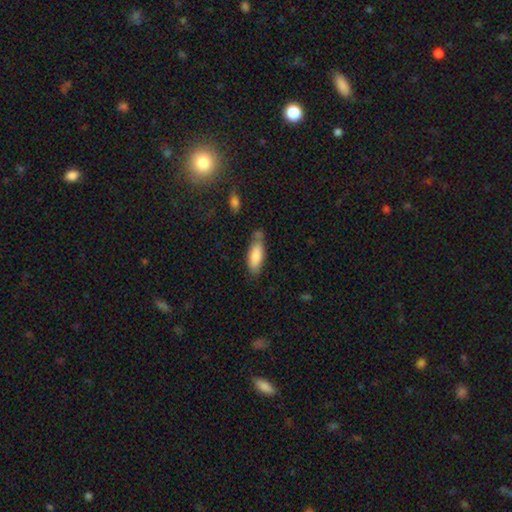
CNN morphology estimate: smooth-or-featured: smooth: 82% | featured or disk: 12% | star or artifact: 6%
  how-rounded: in between: 66% | cigar-shaped: 32% | round: 2%
  merging: none: 62% | minor disturbance: 23% | merger: 10% | major disturbance: 5%